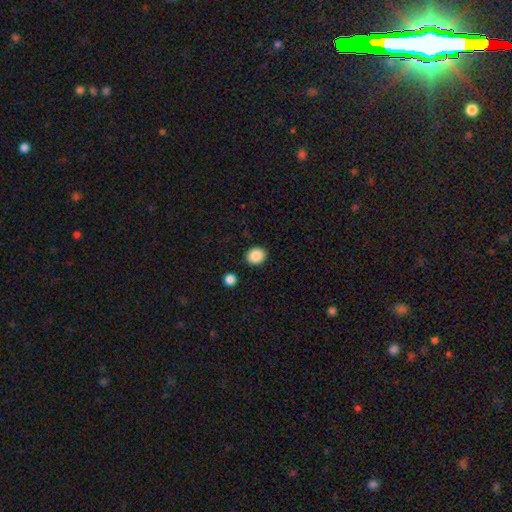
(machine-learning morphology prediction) smooth_or_featured: smooth (p=0.88) [alt: star or artifact p=0.09]
how_rounded: round (p=0.78) [alt: in between p=0.21]
merging: none (p=0.89) [alt: minor disturbance p=0.07]